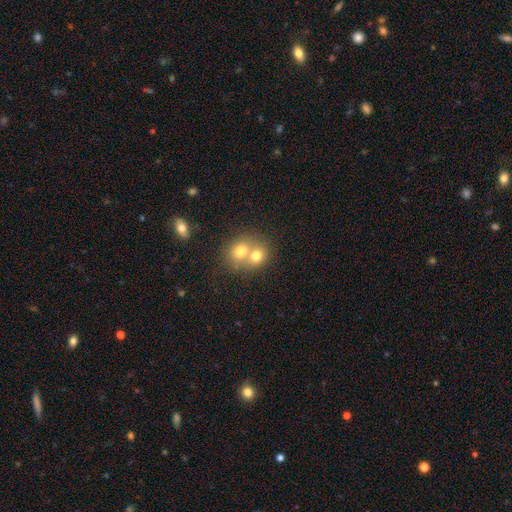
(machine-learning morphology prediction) Smooth or featured?
  - smooth: 65% *
  - featured or disk: 22%
  - star or artifact: 13%
How rounded?
  - round: 72% *
  - in between: 27%
  - cigar-shaped: 1%
Merging?
  - merger: 65% *
  - none: 27%
  - minor disturbance: 5%
  - major disturbance: 2%